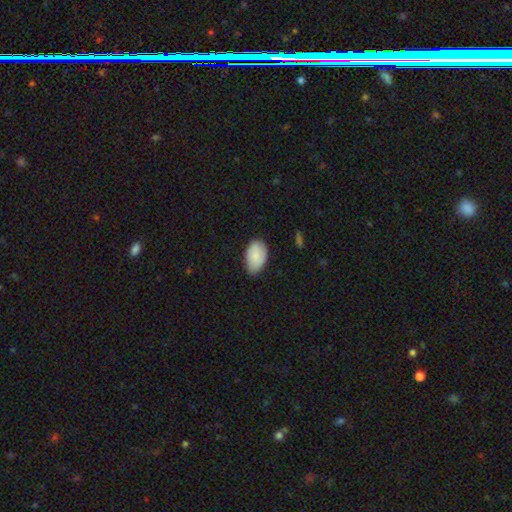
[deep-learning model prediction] smooth_or_featured: smooth (p=0.85) [alt: featured or disk p=0.08]
how_rounded: in between (p=0.94) [alt: round p=0.05]
merging: none (p=0.72) [alt: minor disturbance p=0.24]